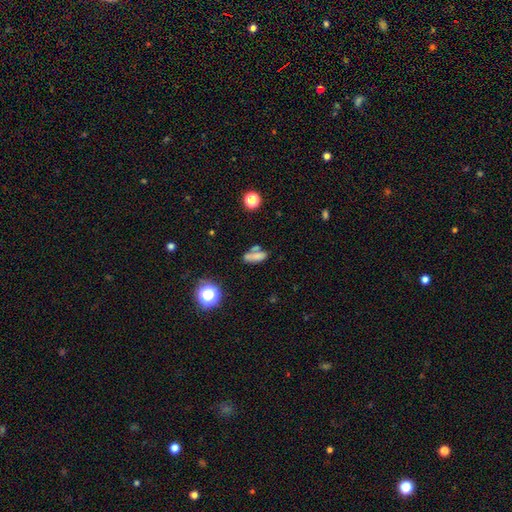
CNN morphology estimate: smooth 69%, star or artifact 16%, featured or disk 15%. Down the decision tree: how rounded — in between (67%); merging — none (46%).